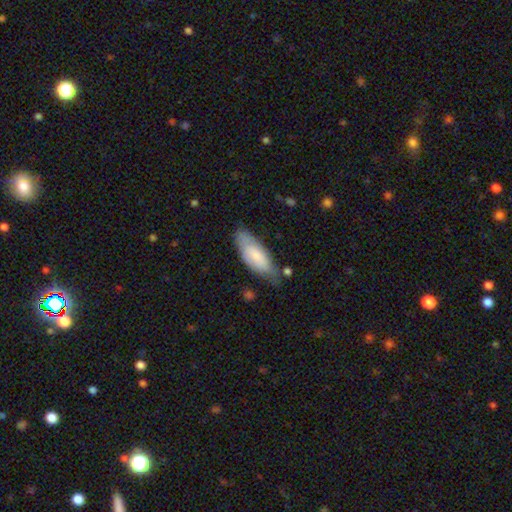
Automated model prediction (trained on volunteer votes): smooth 76%, featured or disk 18%, star or artifact 6%. Down the decision tree: how rounded — in between (73%); merging — none (55%).